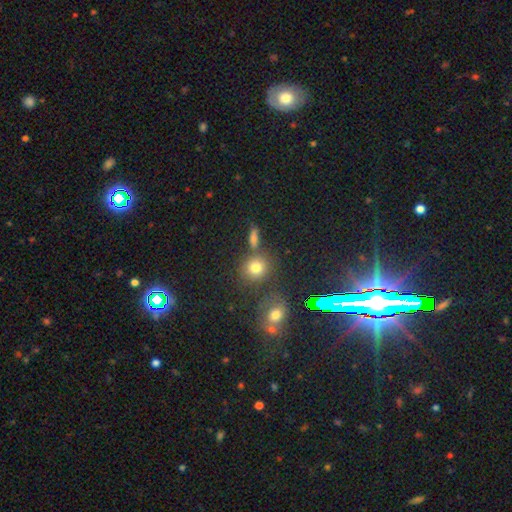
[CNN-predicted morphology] Smooth or featured? star or artifact (69%)